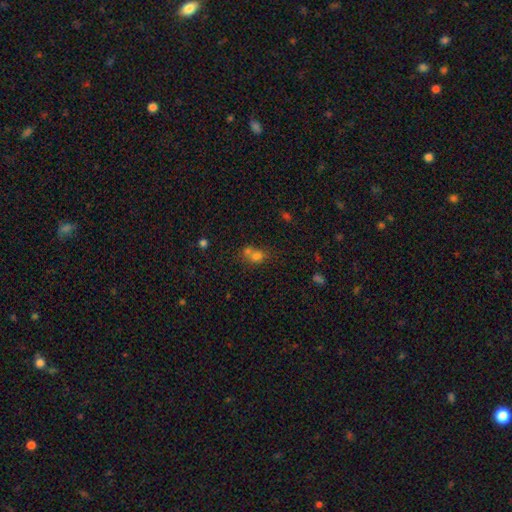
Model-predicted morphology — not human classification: Smooth or featured? Predicted: smooth (p=0.64). How rounded? Predicted: round (p=0.66). Merging? Predicted: merger (p=0.48).